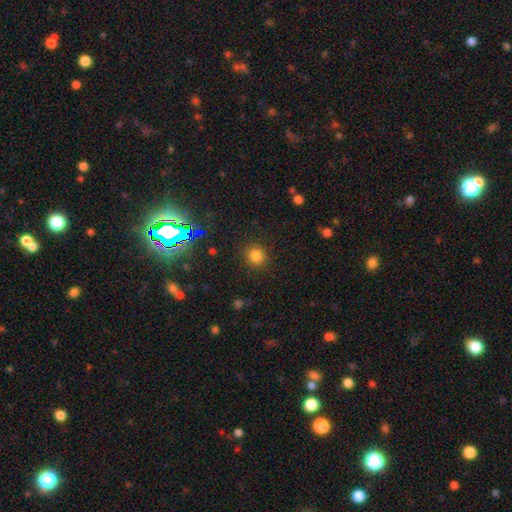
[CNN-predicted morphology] This appears to be a smooth galaxy with no disk features (81%) that is round (90%). Merging: none (88%).